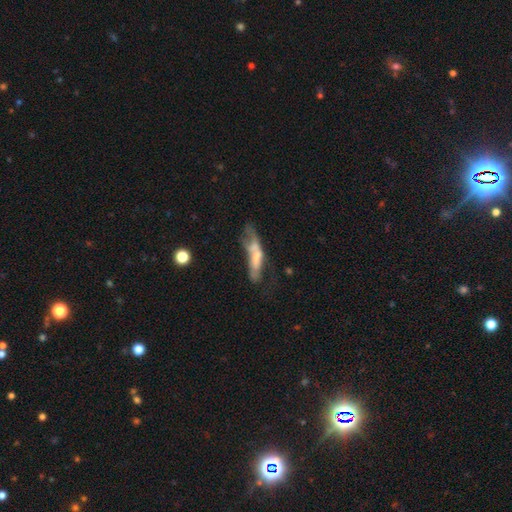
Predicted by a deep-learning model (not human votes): This is possibly a smooth galaxy (47%). Merging: marginally major disturbance (36%).